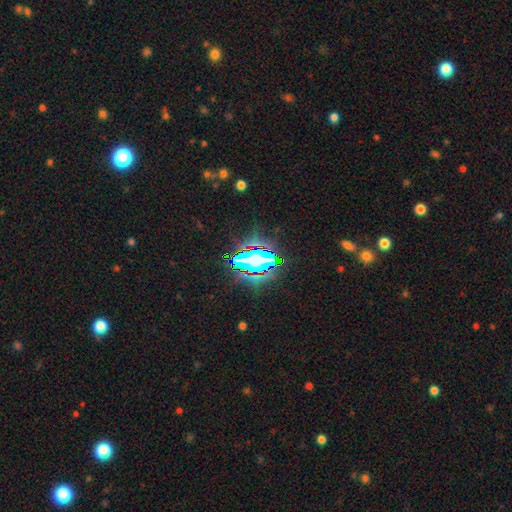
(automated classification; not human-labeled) This appears to be a star or artifact, not a galaxy (67%).